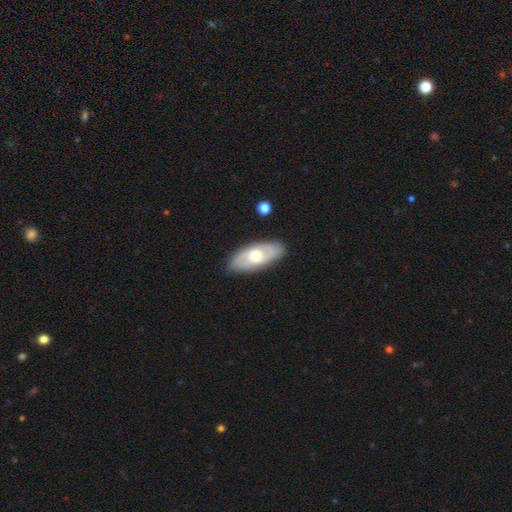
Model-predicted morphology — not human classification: The model was most divided on "bar": no: 62%, weak: 32%, strong: 6%. More confident: edge-on disk — no (85%); merging — none (84%); spiral arms — yes (79%); smooth or featured — featured or disk (63%); bulge size — moderate (63%).